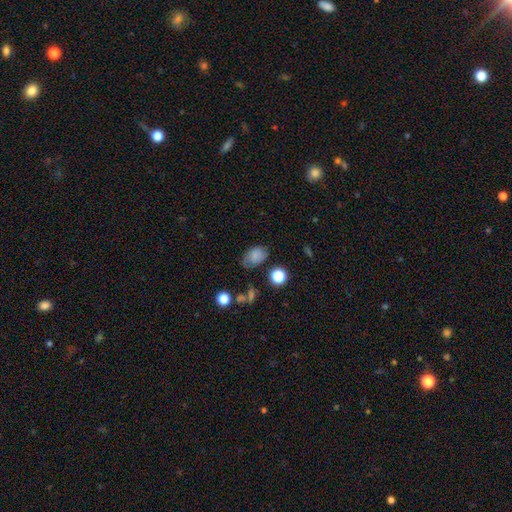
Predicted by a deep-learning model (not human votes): smooth-or-featured: smooth: 75% | featured or disk: 13% | star or artifact: 12%
  how-rounded: in between: 80% | round: 19% | cigar-shaped: 1%
  merging: none: 59% | minor disturbance: 27% | major disturbance: 10% | merger: 4%